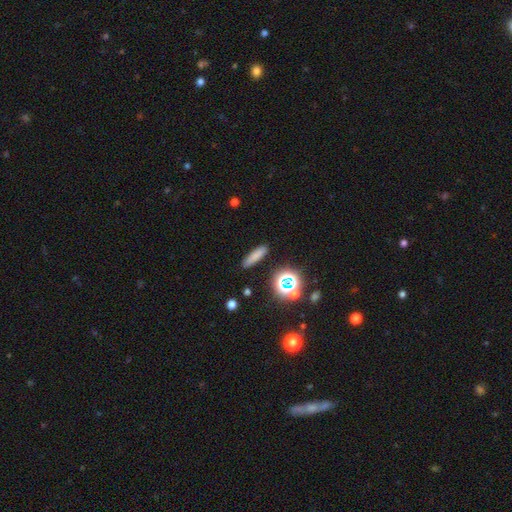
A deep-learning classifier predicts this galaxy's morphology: This is likely a smooth galaxy (74%). How rounded: likely cigar-shaped (74%). Merging: clearly none (88%).